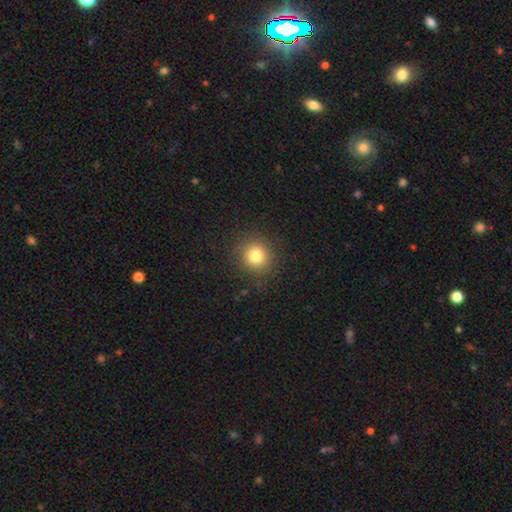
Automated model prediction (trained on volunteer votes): smooth-or-featured: smooth: 80% | star or artifact: 13% | featured or disk: 7%
  how-rounded: round: 91% | in between: 8% | cigar-shaped: 1%
  merging: none: 88% | minor disturbance: 8% | major disturbance: 3% | merger: 1%